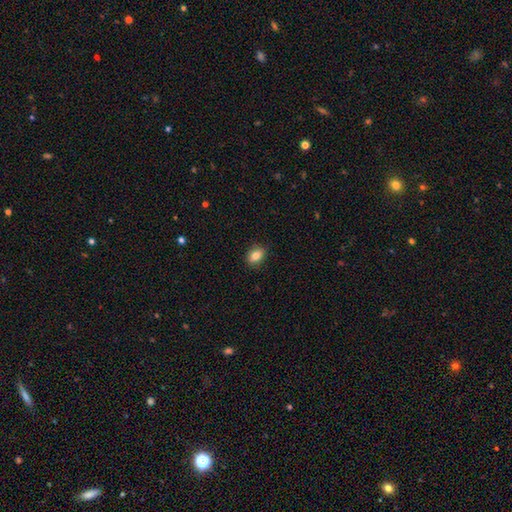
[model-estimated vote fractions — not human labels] Smooth or featured? smooth (83%)
How rounded? in between (66%)
Merging? none (88%)